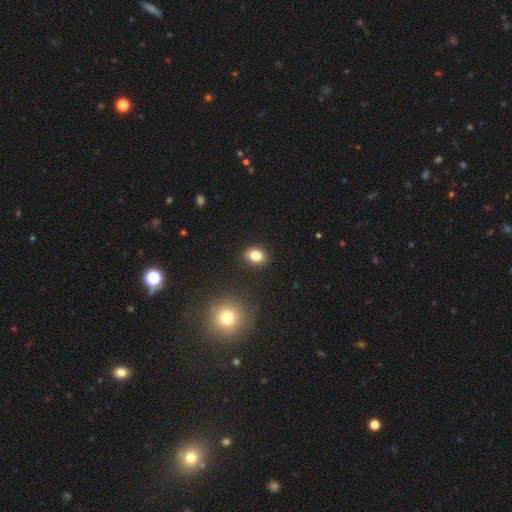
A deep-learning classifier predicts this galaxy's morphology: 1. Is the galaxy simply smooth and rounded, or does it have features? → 83% smooth, 10% star or artifact, 7% featured or disk.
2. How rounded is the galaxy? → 71% in between, 28% round, 1% cigar-shaped.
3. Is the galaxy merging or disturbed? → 89% none, 8% minor disturbance, 2% major disturbance, 2% merger.